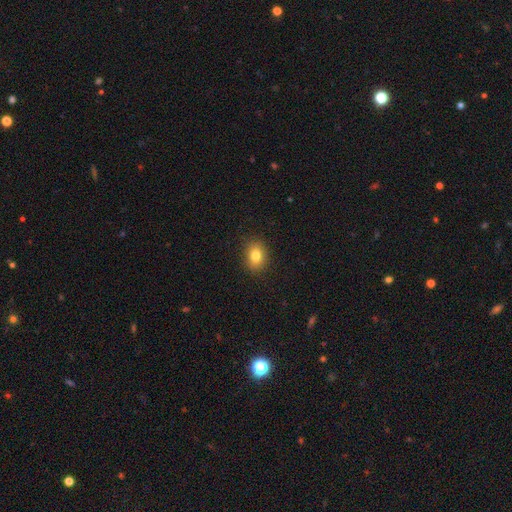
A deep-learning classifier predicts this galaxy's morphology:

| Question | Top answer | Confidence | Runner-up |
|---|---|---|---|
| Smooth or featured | smooth | 81% | star or artifact (10%) |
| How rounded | in between | 62% | round (36%) |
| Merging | none | 88% | minor disturbance (8%) |